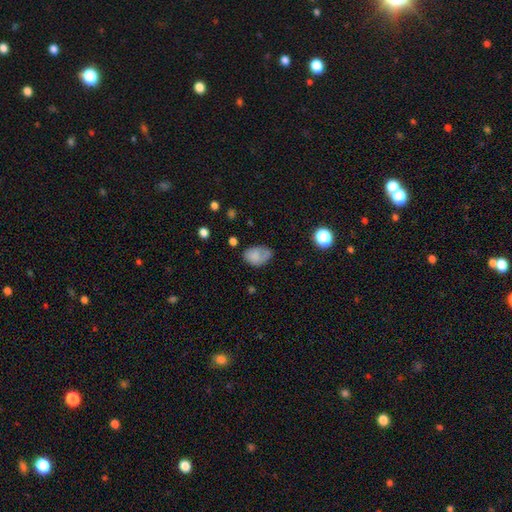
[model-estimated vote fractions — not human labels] A smooth galaxy with no disk features (74%) that is in between round and cigar-shaped (83%).

Vote fractions:
- Smooth or featured? smooth: 74% / featured or disk: 16% / star or artifact: 9%
- How rounded? in between: 83% / round: 16% / cigar-shaped: 1%
- Merging? none: 51% / minor disturbance: 31% / major disturbance: 14% / merger: 4%